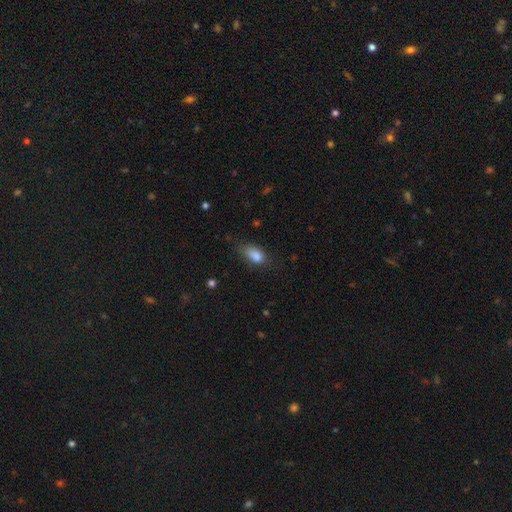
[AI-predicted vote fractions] A smooth galaxy with no disk features (83%) that is in between round and cigar-shaped (86%). Merging: none (52%).